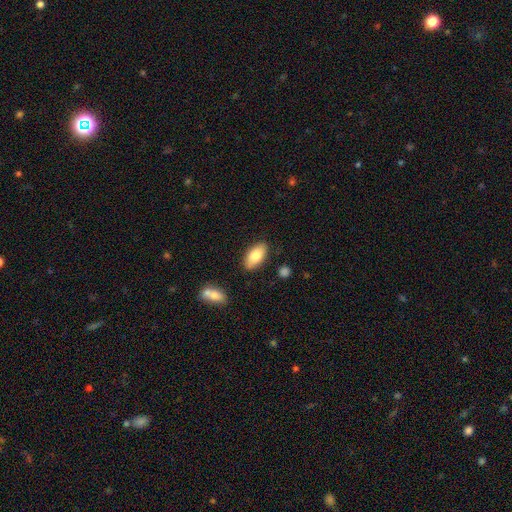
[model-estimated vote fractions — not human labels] The model was most divided on "smooth or featured": smooth: 80%, featured or disk: 14%, star or artifact: 6%. More confident: how rounded — in between (91%); merging — none (84%).